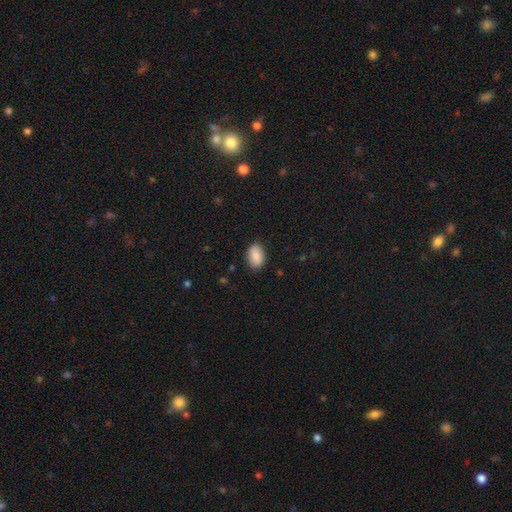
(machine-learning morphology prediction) Smooth or featured: smooth — 87% (star or artifact — 7%)
How rounded: in between — 90% (round — 9%)
Merging: none — 84% (minor disturbance — 12%)